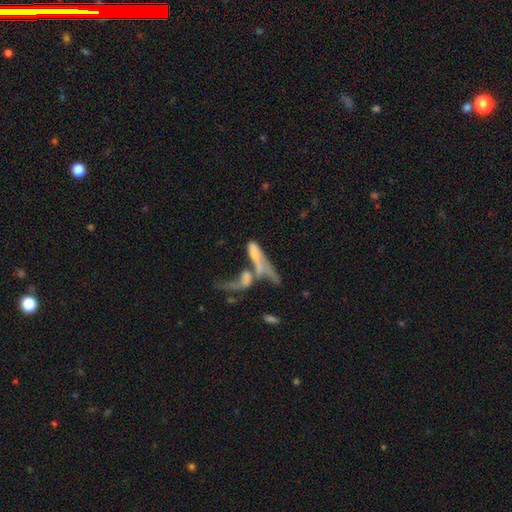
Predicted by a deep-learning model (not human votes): Smooth or featured?
  - featured or disk: 47% *
  - smooth: 40%
  - star or artifact: 12%
Merging?
  - merger: 64% *
  - major disturbance: 18%
  - none: 12%
  - minor disturbance: 7%